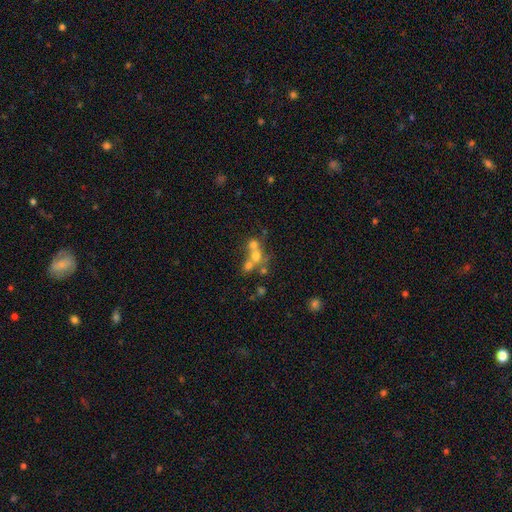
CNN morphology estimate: A smooth galaxy with no disk features (55%) that is round (76%). Merging: merger (55%).